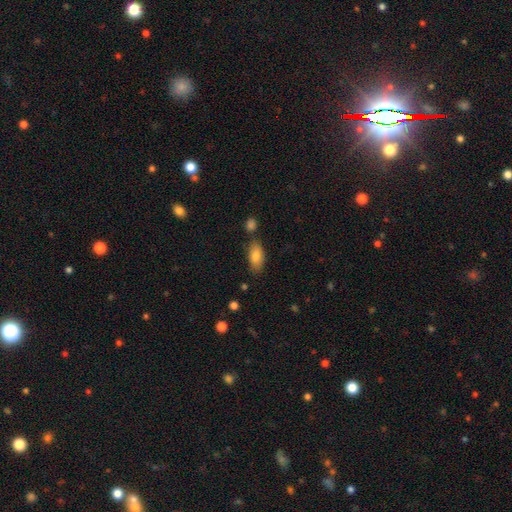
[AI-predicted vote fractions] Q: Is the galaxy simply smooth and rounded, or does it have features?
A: smooth — 82%.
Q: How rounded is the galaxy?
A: in between — 86%.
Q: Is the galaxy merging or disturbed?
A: none — 75%.